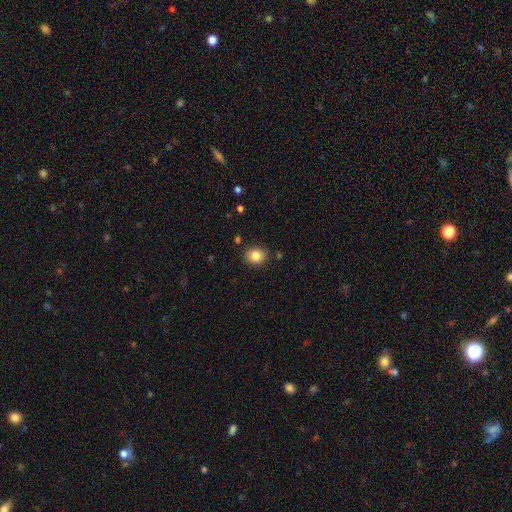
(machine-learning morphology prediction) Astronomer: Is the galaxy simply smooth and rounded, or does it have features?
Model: smooth — 83%.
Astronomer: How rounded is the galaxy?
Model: round — 53% (runner-up: in between, 46%).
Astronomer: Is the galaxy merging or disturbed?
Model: none — 87%.